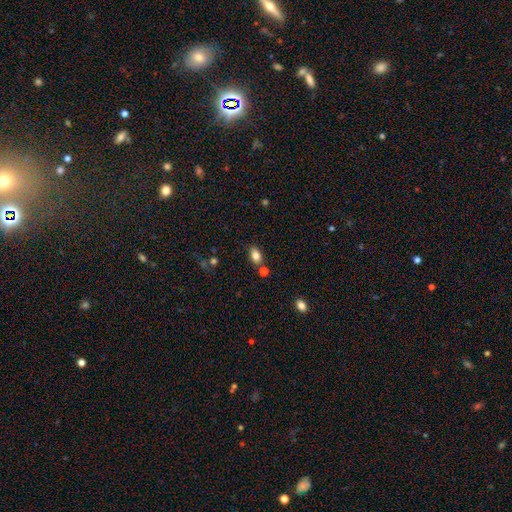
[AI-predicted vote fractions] Smooth or featured: smooth — 83% (star or artifact — 10%)
How rounded: in between — 85% (round — 13%)
Merging: none — 76% (minor disturbance — 12%)